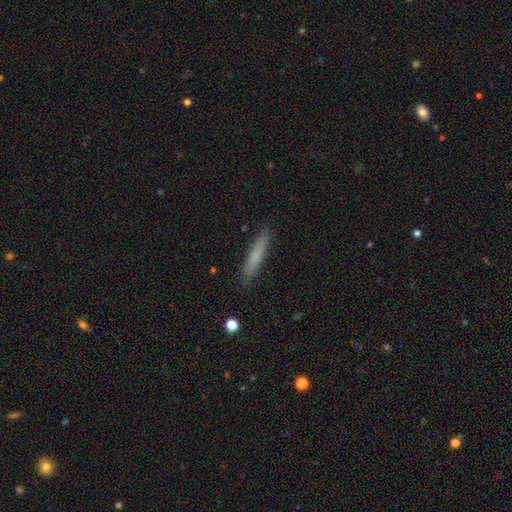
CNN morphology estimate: This is likely a smooth galaxy (76%). How rounded: clearly cigar-shaped (92%). Merging: clearly none (90%).